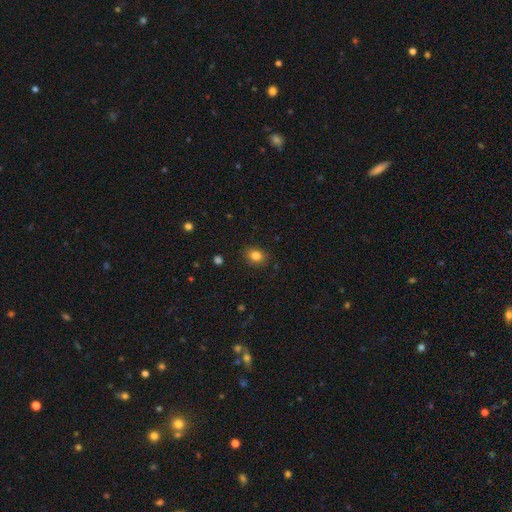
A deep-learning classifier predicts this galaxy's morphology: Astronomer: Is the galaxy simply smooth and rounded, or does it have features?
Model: smooth — 84%.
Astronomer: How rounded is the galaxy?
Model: round — 54% (runner-up: in between, 45%).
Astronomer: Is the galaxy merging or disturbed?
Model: none — 86%.